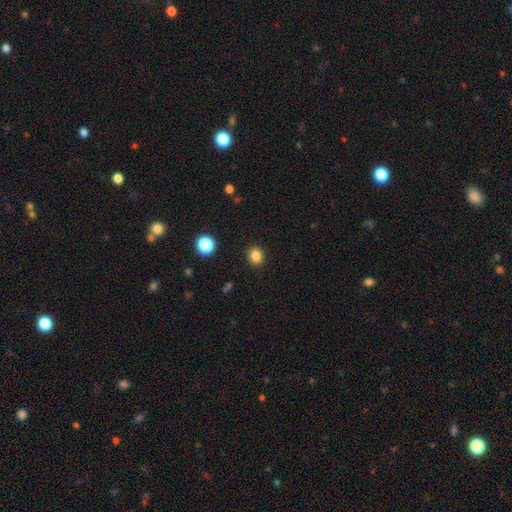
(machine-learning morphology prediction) smooth_or_featured: smooth (p=0.84) [alt: star or artifact p=0.12]
how_rounded: round (p=0.67) [alt: in between p=0.32]
merging: none (p=0.90) [alt: minor disturbance p=0.07]